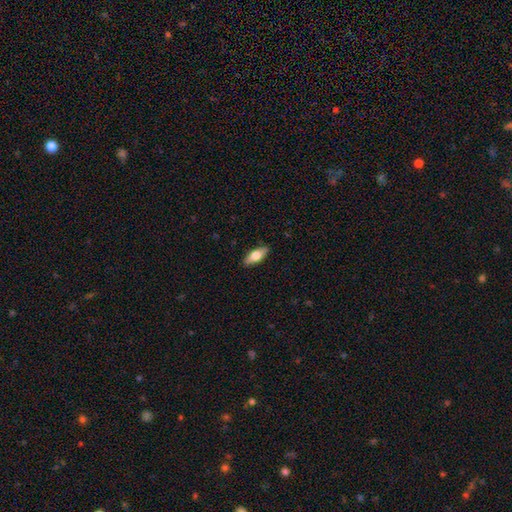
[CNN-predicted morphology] smooth 71%, featured or disk 23%, star or artifact 6%. Down the decision tree: how rounded — in between (75%); merging — none (89%).